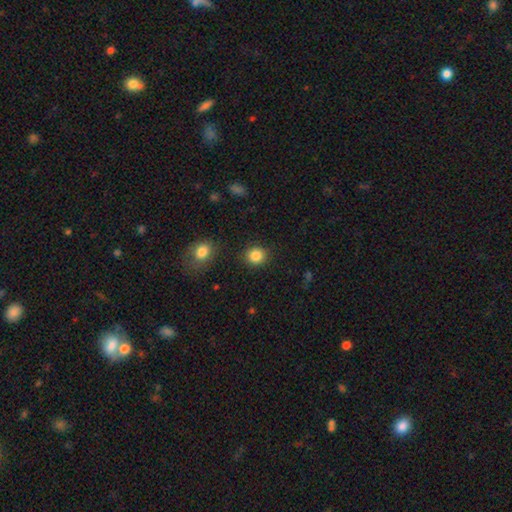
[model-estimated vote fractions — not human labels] This appears to be a smooth galaxy with no disk features (86%) that is round (84%). Merging: none (88%).